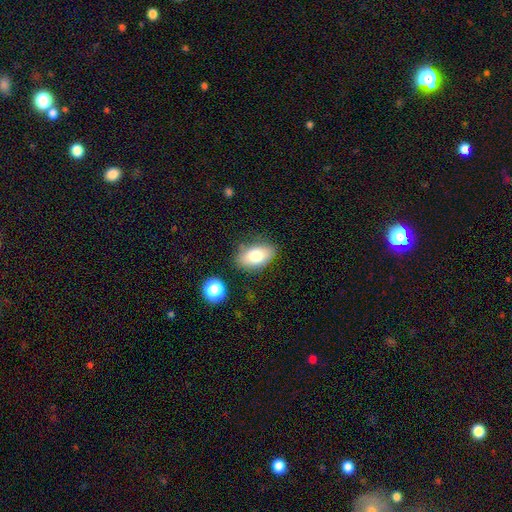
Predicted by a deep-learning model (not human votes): The model was most divided on "smooth or featured": smooth: 77%, featured or disk: 14%, star or artifact: 9%. More confident: how rounded — in between (89%); merging — none (79%).